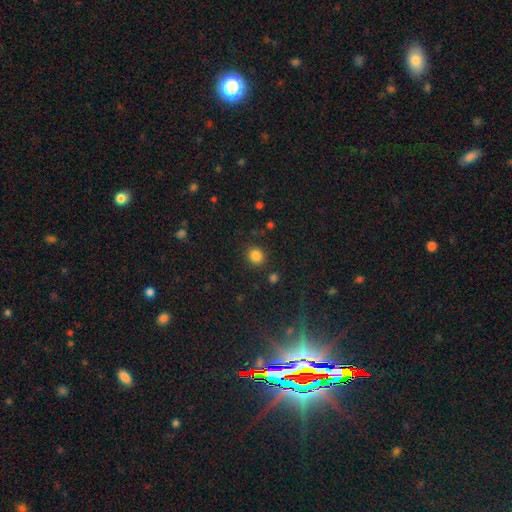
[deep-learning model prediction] Smooth or featured?
  - smooth: 84% *
  - star or artifact: 12%
  - featured or disk: 4%
How rounded?
  - round: 76% *
  - in between: 23%
  - cigar-shaped: 1%
Merging?
  - none: 86% *
  - minor disturbance: 8%
  - major disturbance: 3%
  - merger: 3%